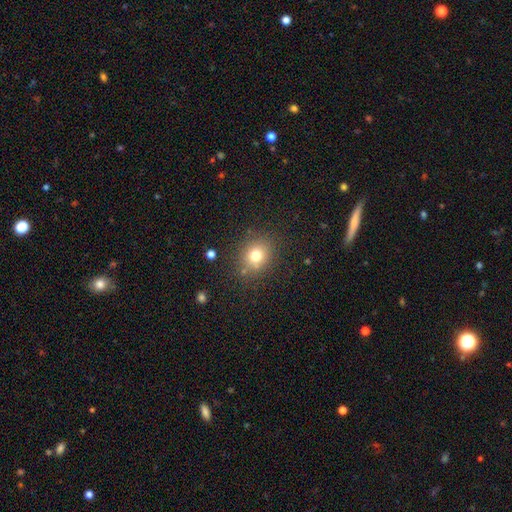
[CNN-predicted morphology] type=smooth (75%); roundness=round (73%); merging=none (82%).